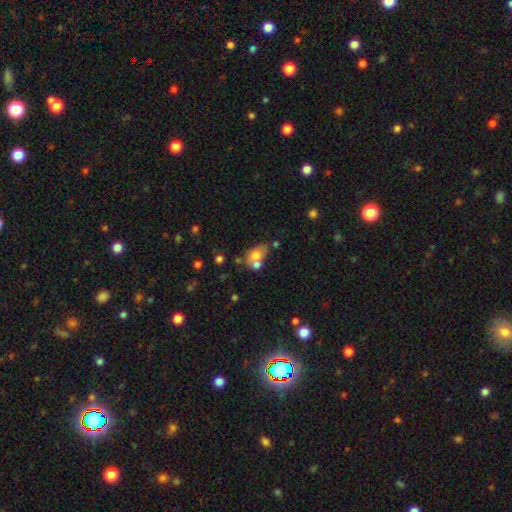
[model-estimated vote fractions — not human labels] smooth 67%, featured or disk 23%, star or artifact 11%. Down the decision tree: how rounded — in between (70%); merging — merger (46%).